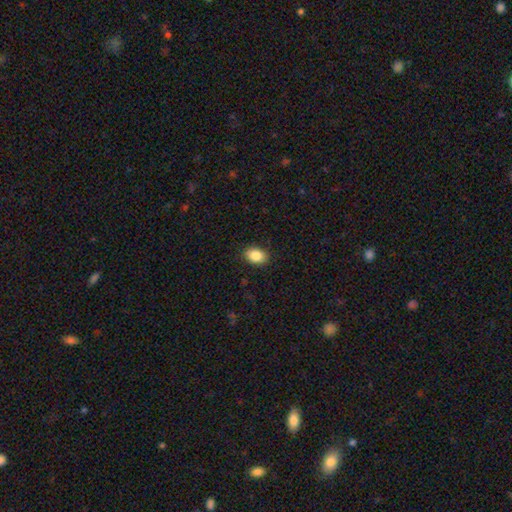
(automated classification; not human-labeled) The model was most divided on "how rounded": in between: 84%, round: 15%, cigar-shaped: 1%. More confident: merging — none (89%); smooth or featured — smooth (87%).